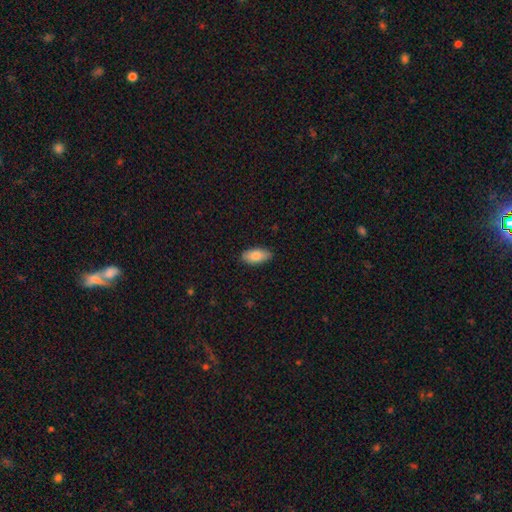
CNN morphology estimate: smooth 84%, featured or disk 9%, star or artifact 6%. Down the decision tree: how rounded — in between (91%); merging — none (87%).